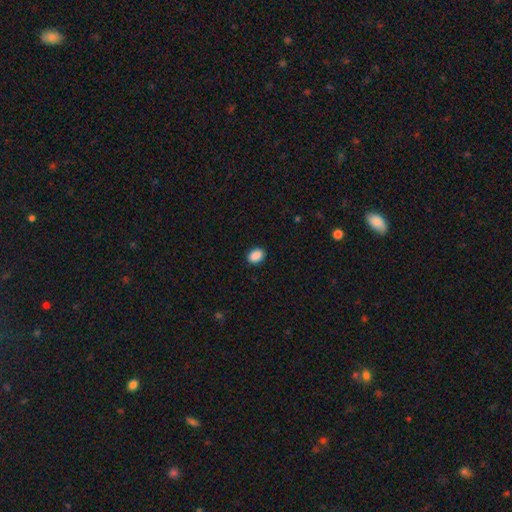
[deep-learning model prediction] Overall: smooth (90%). How rounded: in between (72%). Merging: none (90%).